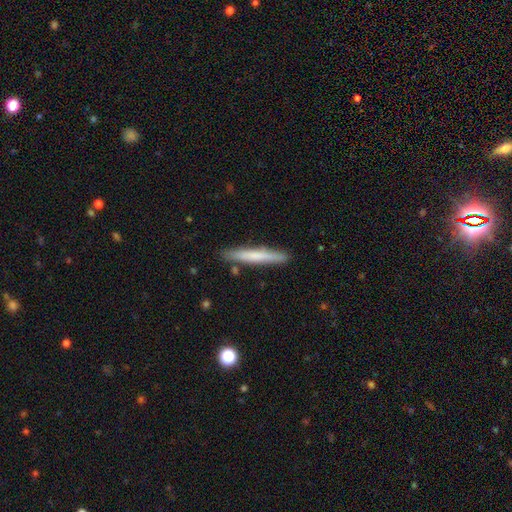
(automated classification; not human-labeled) smooth-or-featured: smooth: 65% | featured or disk: 30% | star or artifact: 6%
  how-rounded: cigar-shaped: 96% | in between: 3% | round: 1%
  merging: none: 87% | minor disturbance: 9% | merger: 2% | major disturbance: 2%